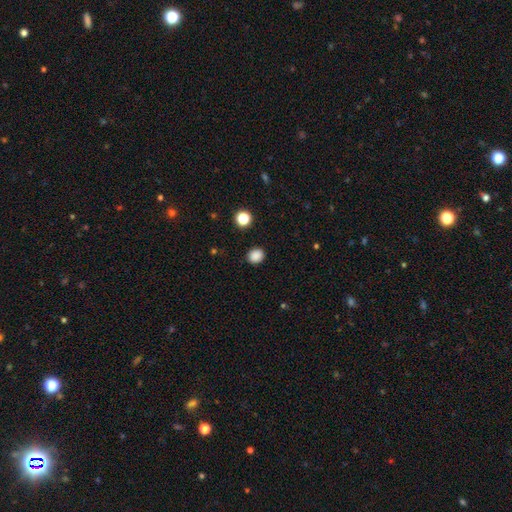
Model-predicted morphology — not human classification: Smooth or featured: smooth — 86% (star or artifact — 11%)
How rounded: round — 77% (in between — 22%)
Merging: none — 90% (minor disturbance — 7%)